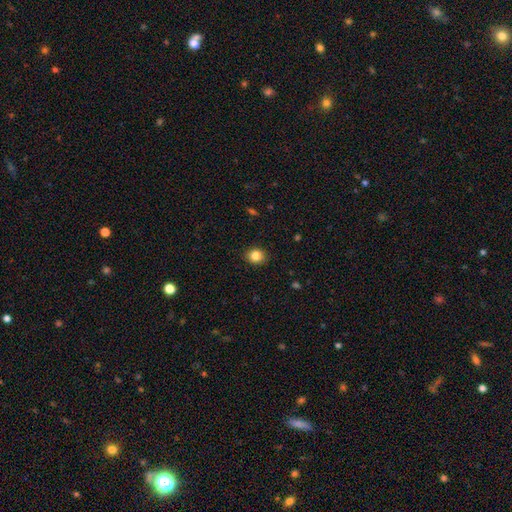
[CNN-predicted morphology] Smooth or featured: smooth — 84% (star or artifact — 11%)
How rounded: round — 71% (in between — 28%)
Merging: none — 89% (minor disturbance — 8%)